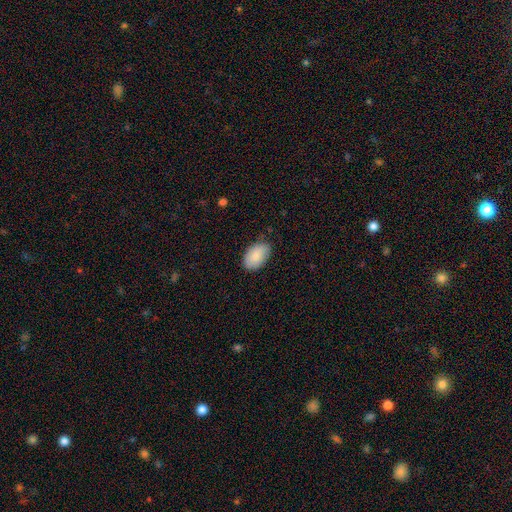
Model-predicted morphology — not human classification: smooth 86%, featured or disk 8%, star or artifact 6%. Down the decision tree: how rounded — in between (93%); merging — none (80%).